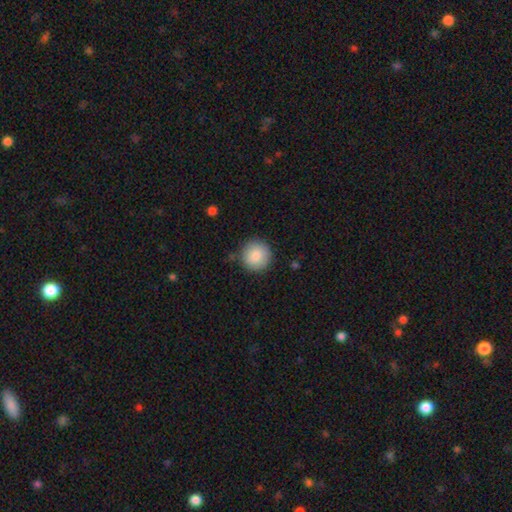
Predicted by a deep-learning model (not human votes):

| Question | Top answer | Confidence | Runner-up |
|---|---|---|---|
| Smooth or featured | smooth | 87% | star or artifact (7%) |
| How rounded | round | 95% | in between (4%) |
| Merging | none | 85% | minor disturbance (11%) |